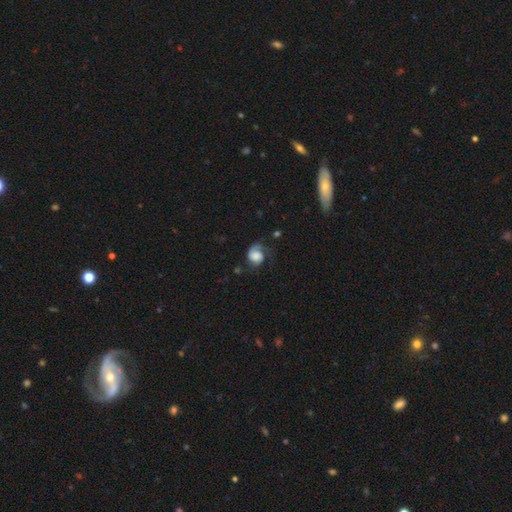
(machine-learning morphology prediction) featured or disk 55%, smooth 36%, star or artifact 8%. Down the decision tree: edge-on disk — no (98%); bar — no (73%); spiral arms — yes (90%); bulge size — large (34%); merging — none (43%).